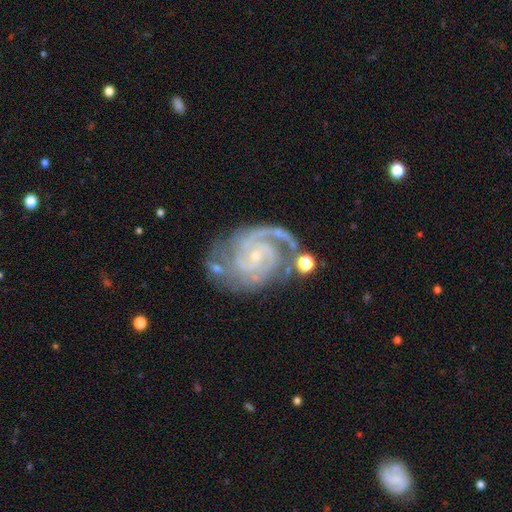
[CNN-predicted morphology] Smooth or featured? Predicted: featured or disk (p=0.92). Edge-on disk? Predicted: no (p=0.98). Bar? Predicted: no (p=0.61). Spiral arms? Predicted: yes (p=0.98). Spiral winding? Predicted: tight (p=0.62). Spiral arm count? Predicted: 2 (p=0.49). Bulge size? Predicted: small (p=0.85). Merging? Predicted: none (p=0.60).